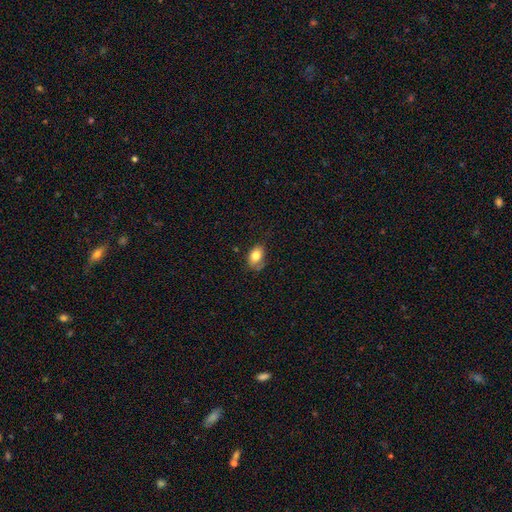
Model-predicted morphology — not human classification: Overall: smooth (80%). How rounded: in between (79%). Merging: none (55%; minor disturbance 32%).